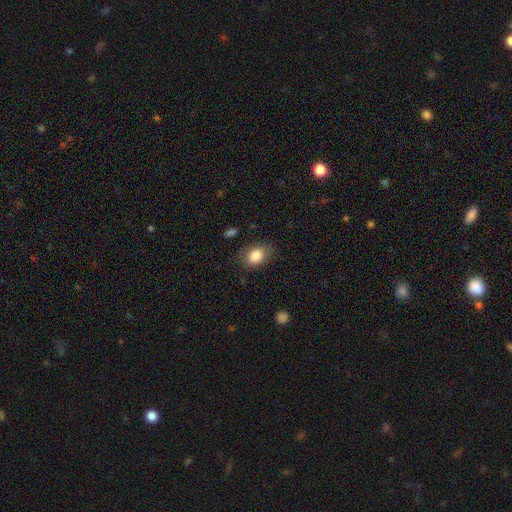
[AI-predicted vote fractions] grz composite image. It shows a smooth galaxy with no disk features (83%) that is in between round and cigar-shaped (69%). Merging: none (77%).